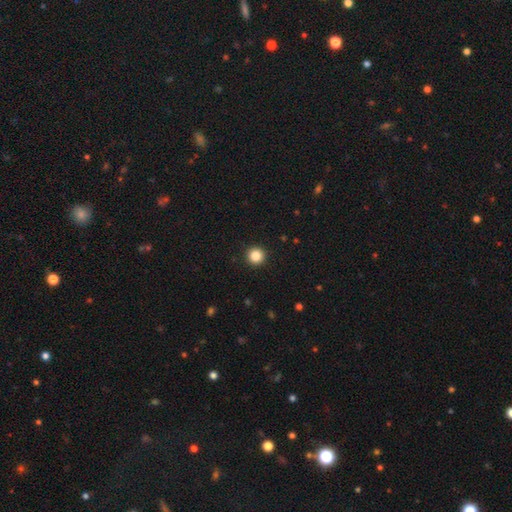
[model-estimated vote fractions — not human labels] A smooth galaxy with no disk features (86%) that is round (96%). Merging: none (94%).